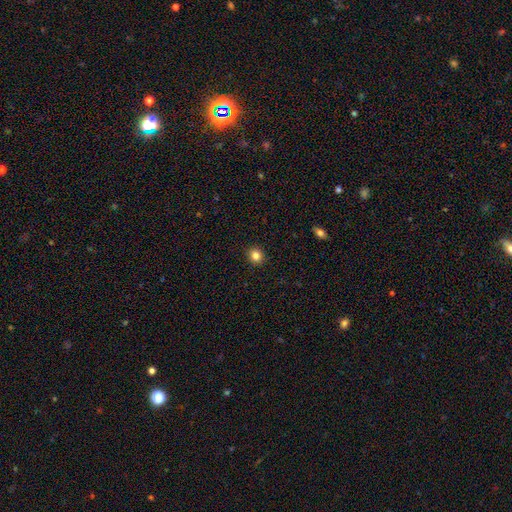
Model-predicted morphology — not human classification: This is clearly a smooth galaxy (84%). How rounded: clearly round (80%). Merging: clearly none (92%).